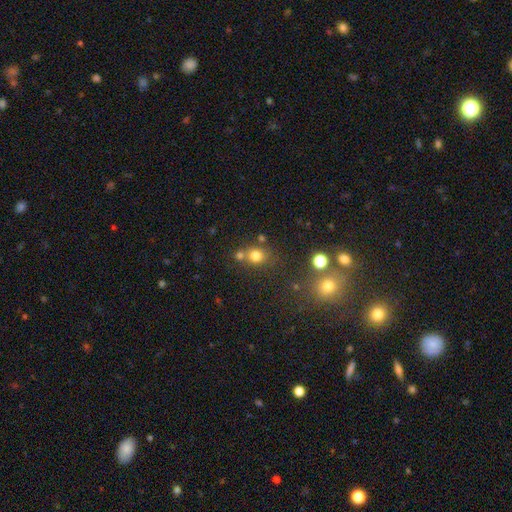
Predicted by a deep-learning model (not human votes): This appears to be a smooth galaxy with no disk features (76%) that is round (75%). Merging: none (59%).